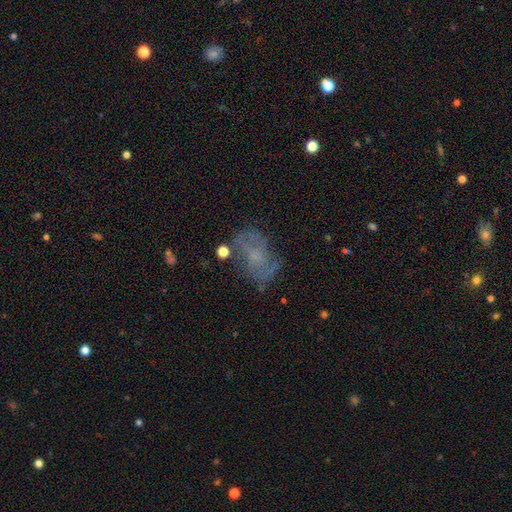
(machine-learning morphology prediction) Overall: featured or disk (56%; smooth 28%). Edge-on disk: no (96%). Bar: no (72%). Spiral arms: yes (64%; no 36%). Bulge size: none (37%; small 36%). Merging: none (56%; minor disturbance 22%).